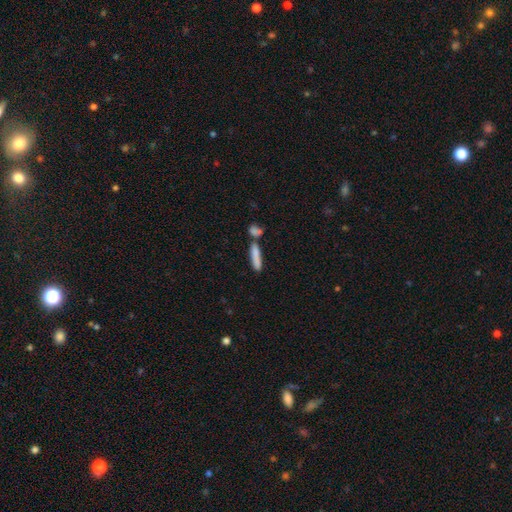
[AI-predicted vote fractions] Smooth or featured? Predicted: smooth (p=0.80). How rounded? Predicted: cigar-shaped (p=0.80). Merging? Predicted: none (p=0.55).